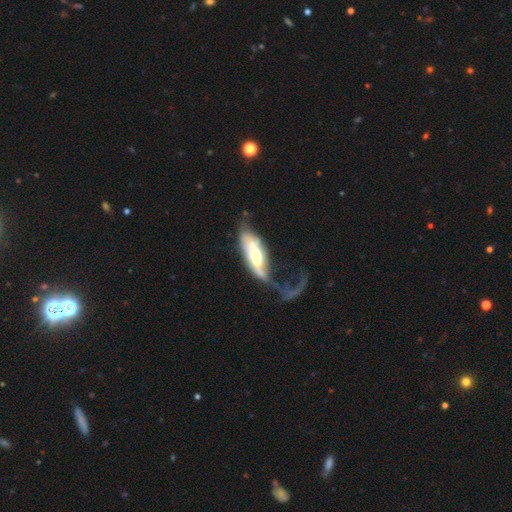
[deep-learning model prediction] This appears to be a featured or disk galaxy (60%). Merging: major disturbance (54%).